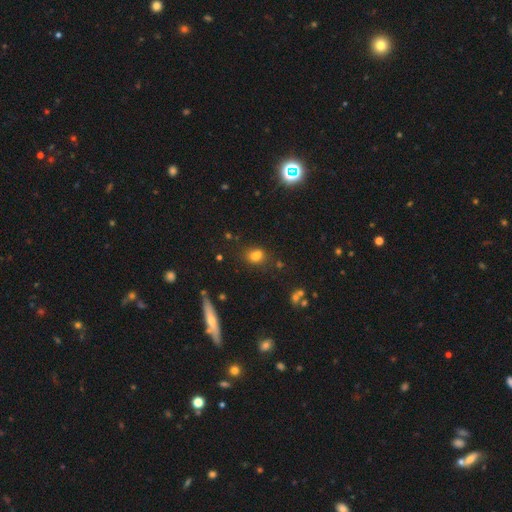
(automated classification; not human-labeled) The model was most divided on "how rounded": in between: 57%, round: 41%, cigar-shaped: 2%. More confident: smooth or featured — smooth (71%); merging — none (58%).